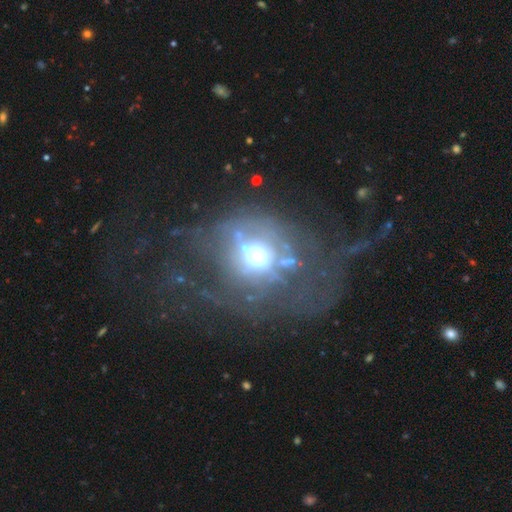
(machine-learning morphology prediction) featured or disk 53%, star or artifact 23%, smooth 23%. Down the decision tree: edge-on disk — no (93%); merging — none (43%).